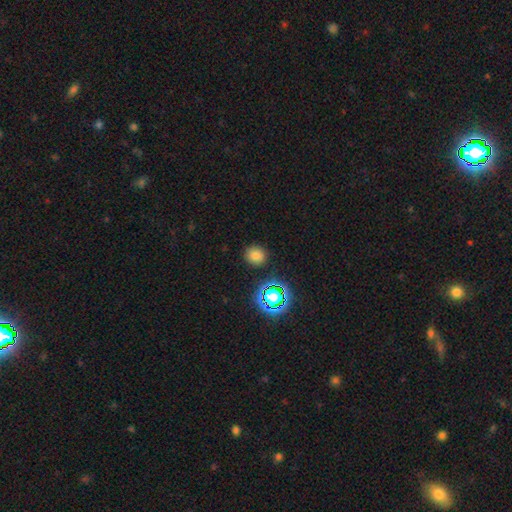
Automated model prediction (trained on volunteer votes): Q: Smooth or featured?
A: smooth (74%); runner-up: star or artifact (20%)
Q: How rounded?
A: round (76%); runner-up: in between (23%)
Q: Merging?
A: none (87%); runner-up: minor disturbance (8%)